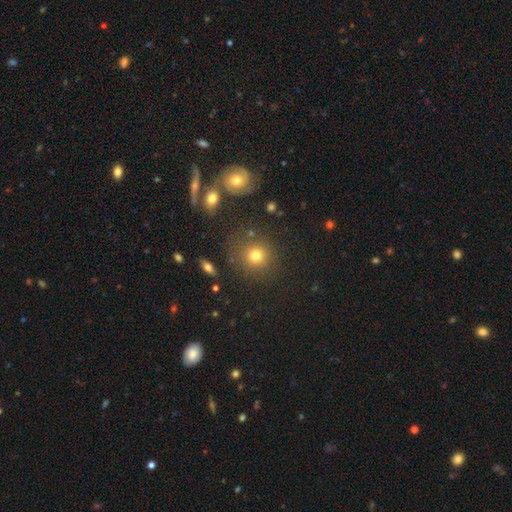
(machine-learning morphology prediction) Q: Smooth or featured?
A: smooth (76%); runner-up: star or artifact (16%)
Q: How rounded?
A: round (89%); runner-up: in between (10%)
Q: Merging?
A: none (82%); runner-up: minor disturbance (9%)